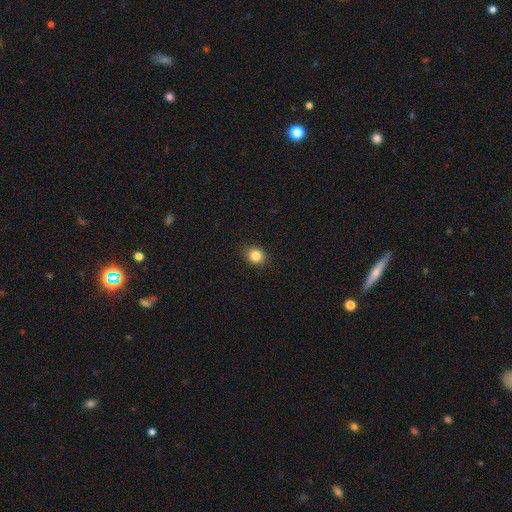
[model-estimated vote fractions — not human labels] Smooth or featured? Predicted: smooth (p=0.84). How rounded? Predicted: round (p=0.73). Merging? Predicted: none (p=0.88).